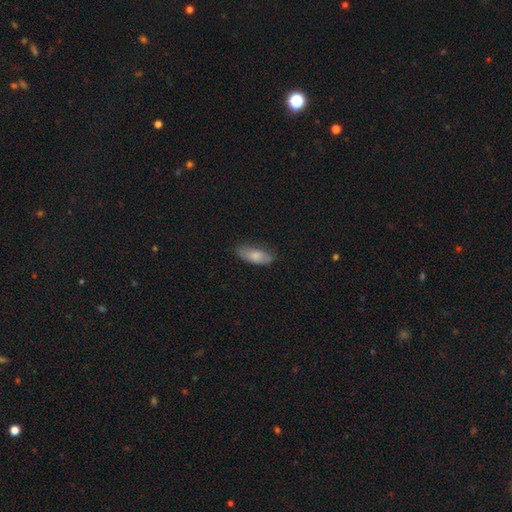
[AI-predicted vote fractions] Smooth or featured? smooth (80%)
How rounded? in between (78%)
Merging? none (72%)